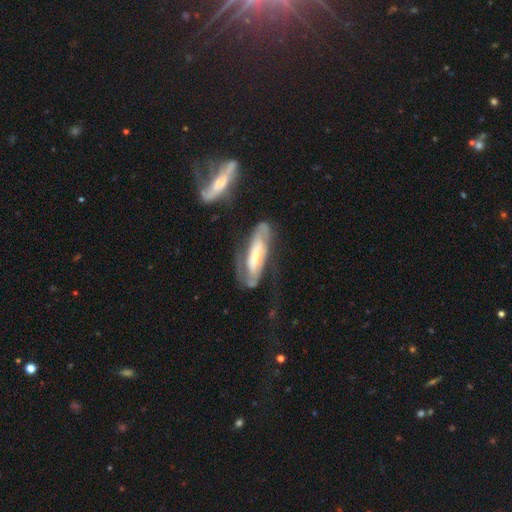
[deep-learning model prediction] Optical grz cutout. It shows a featured or disk galaxy (72%) with no bar (42%), spiral arms (82%) and a small central bulge (49%). Merging: none (50%).